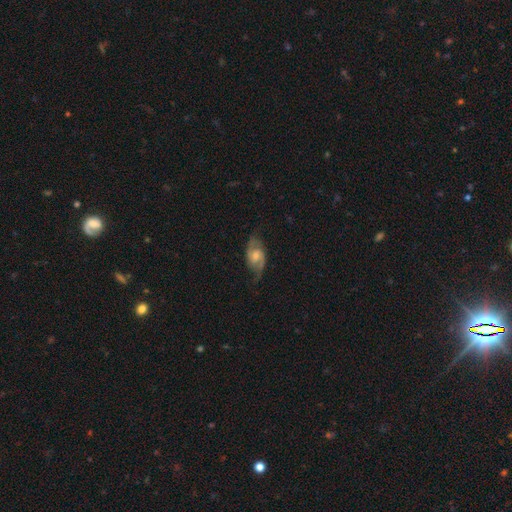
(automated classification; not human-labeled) Smooth or featured? Predicted: featured or disk (p=0.81). Edge-on disk? Predicted: no (p=0.96). Bar? Predicted: no (p=0.49). Spiral arms? Predicted: yes (p=0.95). Spiral winding? Predicted: medium (p=0.50). Spiral arm count? Predicted: 2 (p=0.91). Bulge size? Predicted: moderate (p=0.48). Merging? Predicted: none (p=0.73).